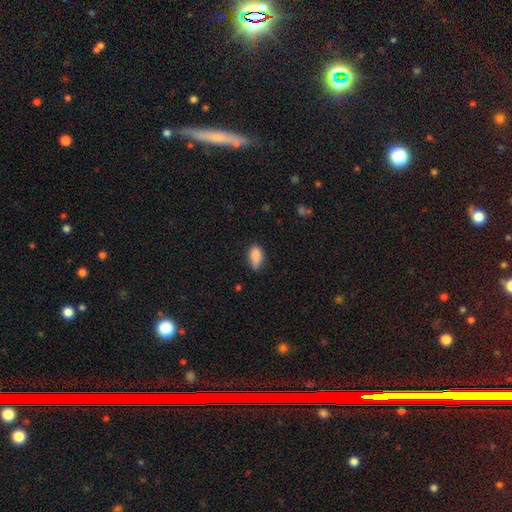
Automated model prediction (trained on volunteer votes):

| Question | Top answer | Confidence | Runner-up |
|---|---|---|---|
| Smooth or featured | smooth | 86% | star or artifact (8%) |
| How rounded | in between | 88% | cigar-shaped (8%) |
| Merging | none | 57% | minor disturbance (34%) |